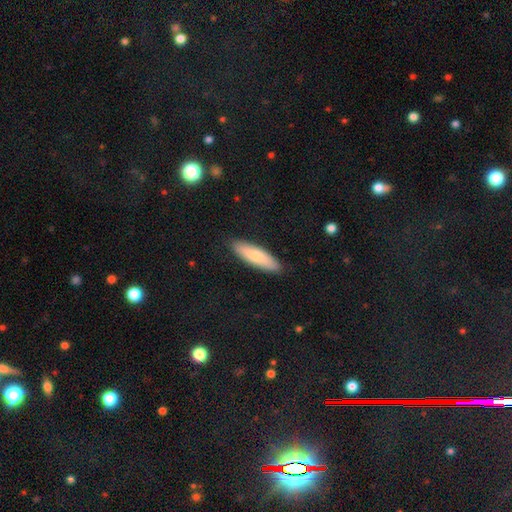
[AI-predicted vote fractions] smooth_or_featured: smooth (p=0.79) [alt: featured or disk p=0.16]
how_rounded: cigar-shaped (p=0.65) [alt: in between p=0.34]
merging: none (p=0.89) [alt: minor disturbance p=0.08]